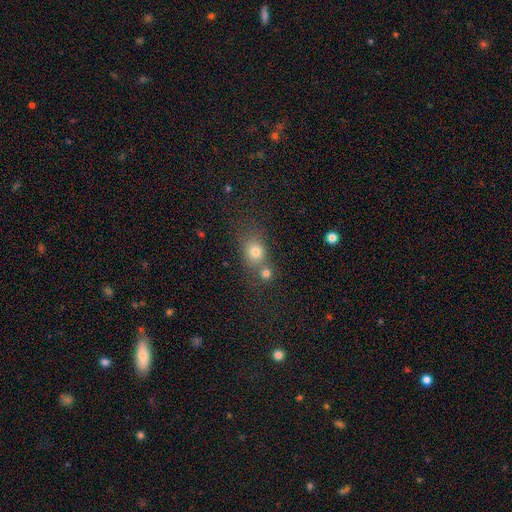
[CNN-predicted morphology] smooth_or_featured: smooth (p=0.59) [alt: star or artifact p=0.28]
how_rounded: round (p=0.62) [alt: in between p=0.34]
merging: none (p=0.56) [alt: merger p=0.26]